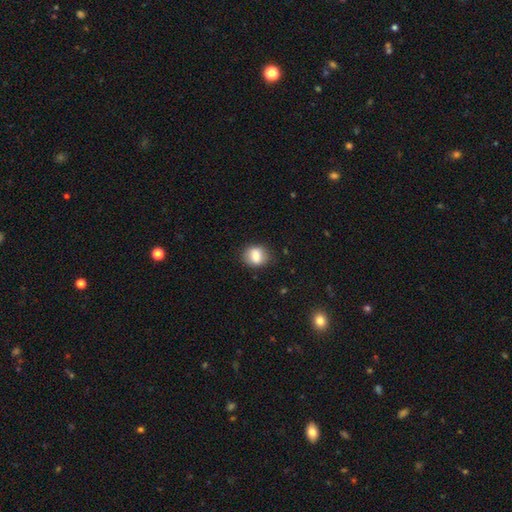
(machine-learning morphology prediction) Overall: smooth (77%). How rounded: round (55%; in between 43%). Merging: none (80%).